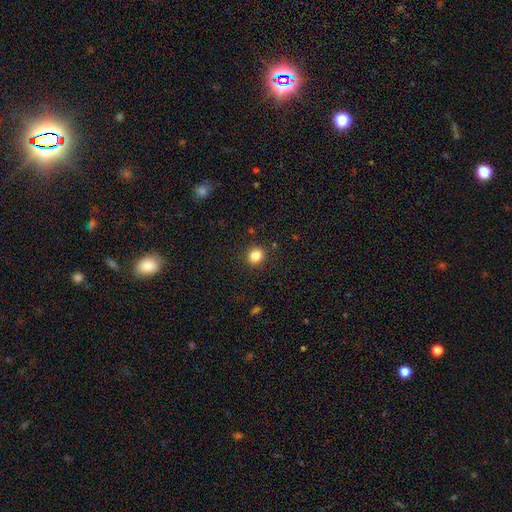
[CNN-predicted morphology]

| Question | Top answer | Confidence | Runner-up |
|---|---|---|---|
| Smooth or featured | smooth | 83% | star or artifact (11%) |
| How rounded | round | 79% | in between (20%) |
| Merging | none | 91% | minor disturbance (6%) |